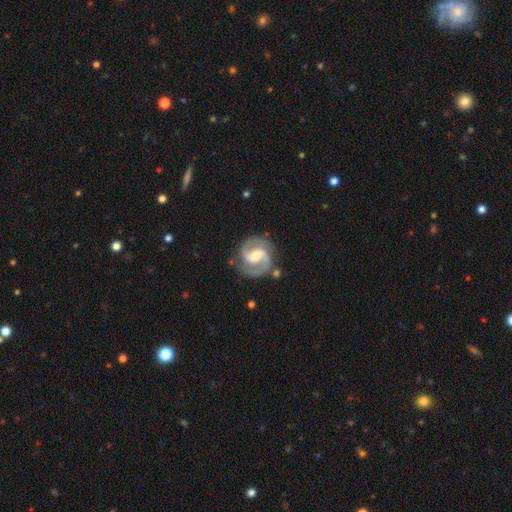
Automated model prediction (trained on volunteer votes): Smooth or featured?
  - featured or disk: 92% *
  - star or artifact: 4%
  - smooth: 4%
Edge-on disk?
  - no: 98% *
  - yes: 2%
Bar?
  - weak: 46% *
  - strong: 34%
  - no: 20%
Spiral arms?
  - yes: 98% *
  - no: 2%
Spiral winding?
  - medium: 60% *
  - tight: 31%
  - loose: 9%
Spiral arm count?
  - 2: 94% *
  - can't tell: 2%
  - 3: 2%
  - 1: 1%
  - 4: 1%
  - more than 4: 1%
Bulge size?
  - moderate: 59% *
  - small: 35%
  - large: 4%
  - none: 2%
  - dominant: 1%
Merging?
  - none: 82% *
  - minor disturbance: 12%
  - major disturbance: 3%
  - merger: 3%